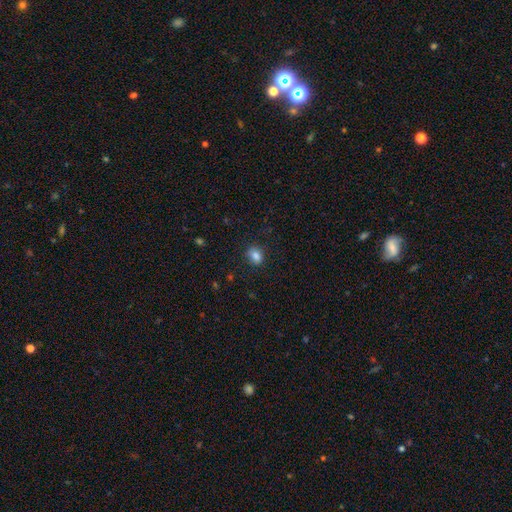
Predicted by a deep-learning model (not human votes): smooth_or_featured: smooth (p=0.84) [alt: star or artifact p=0.11]
how_rounded: in between (p=0.64) [alt: round p=0.35]
merging: none (p=0.80) [alt: minor disturbance p=0.15]